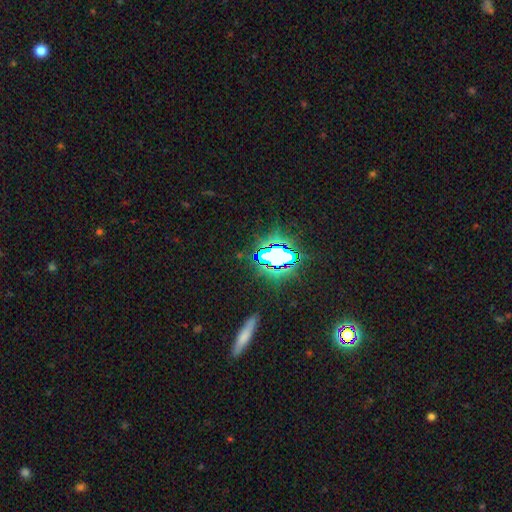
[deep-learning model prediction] Morphology: type=star or artifact (71%).